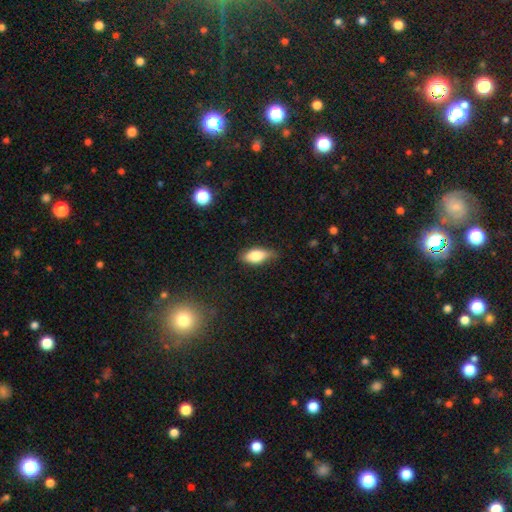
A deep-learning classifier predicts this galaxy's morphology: The model was most divided on "merging": none: 66%, minor disturbance: 27%, major disturbance: 5%, merger: 2%. More confident: how rounded — in between (84%); smooth or featured — smooth (77%).